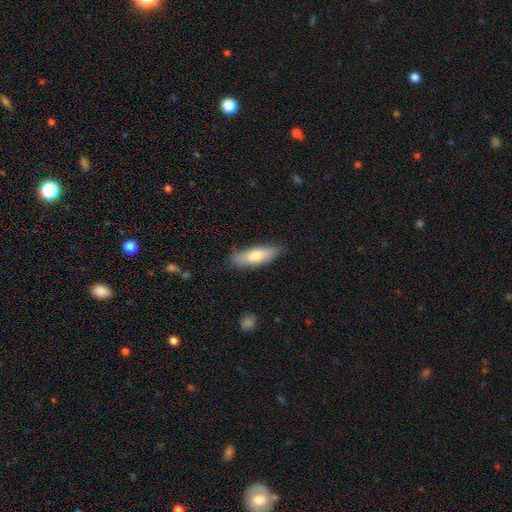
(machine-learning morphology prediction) Smooth or featured: smooth — 68% (featured or disk — 26%)
How rounded: cigar-shaped — 54% (in between — 44%)
Merging: none — 83% (minor disturbance — 13%)